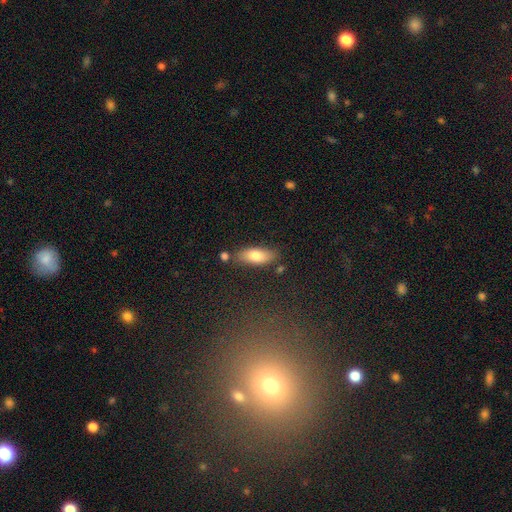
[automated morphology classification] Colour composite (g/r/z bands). It shows a smooth galaxy with no disk features (76%) that is in between round and cigar-shaped (76%). Merging: none (77%).